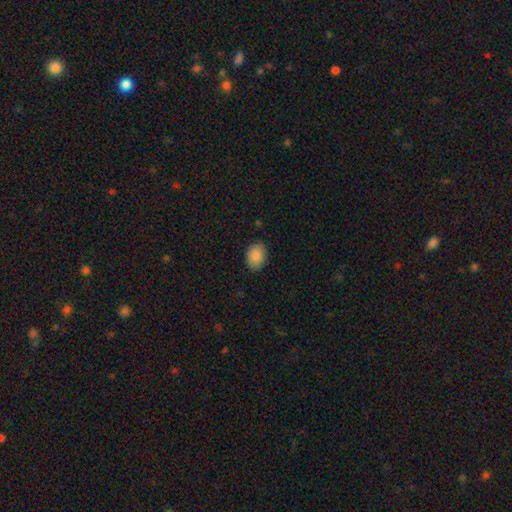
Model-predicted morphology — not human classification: smooth-or-featured: smooth: 88% | star or artifact: 7% | featured or disk: 5%
  how-rounded: in between: 72% | round: 27% | cigar-shaped: 1%
  merging: none: 86% | minor disturbance: 11% | major disturbance: 2% | merger: 1%